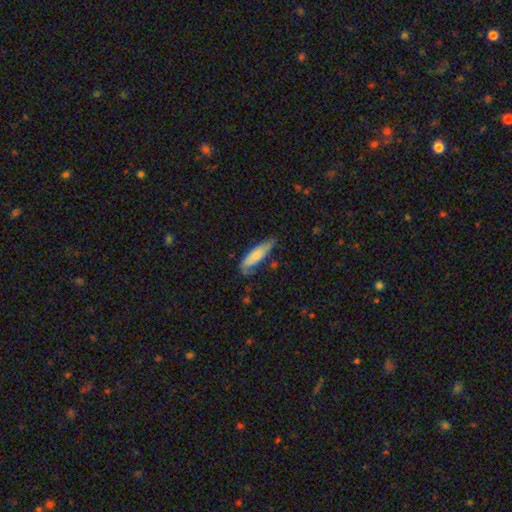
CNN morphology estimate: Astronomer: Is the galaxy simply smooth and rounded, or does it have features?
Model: smooth — 72%.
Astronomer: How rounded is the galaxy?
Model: cigar-shaped — 59% (runner-up: in between, 39%).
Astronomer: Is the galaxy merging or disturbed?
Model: none — 60%.